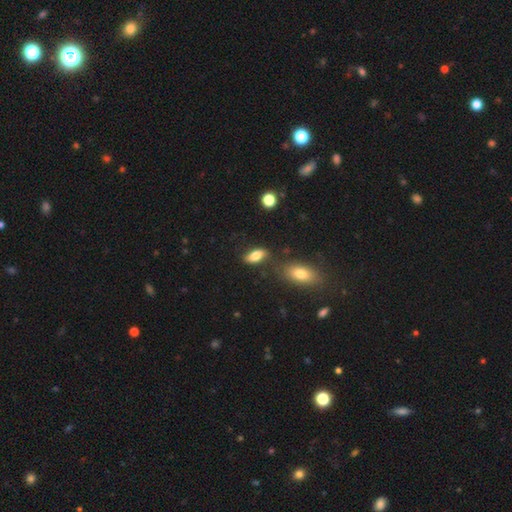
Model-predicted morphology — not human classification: Smooth or featured: smooth — 78% (featured or disk — 14%)
How rounded: in between — 84% (cigar-shaped — 12%)
Merging: none — 72% (minor disturbance — 17%)